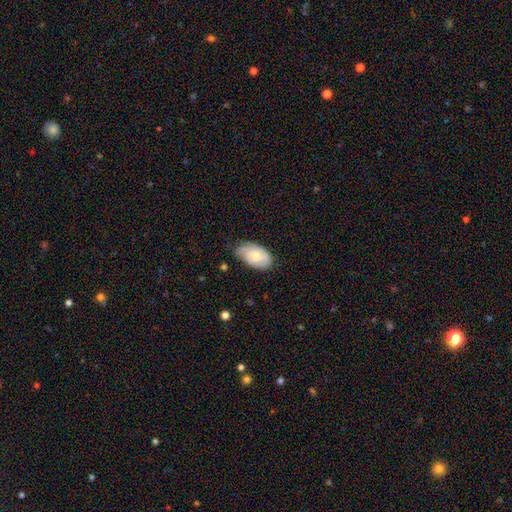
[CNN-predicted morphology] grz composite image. It shows a smooth galaxy with no disk features (60%) that is in between round and cigar-shaped (92%). Merging: none (62%).